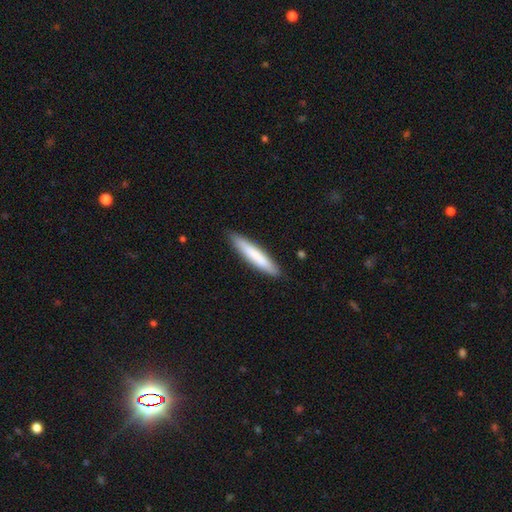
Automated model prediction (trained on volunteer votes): A smooth galaxy with no disk features (76%) that is cigar-shaped (92%).

Vote fractions:
- Smooth or featured? smooth: 76% / featured or disk: 19% / star or artifact: 5%
- How rounded? cigar-shaped: 92% / in between: 7% / round: 1%
- Merging? none: 88% / minor disturbance: 9% / major disturbance: 2% / merger: 1%